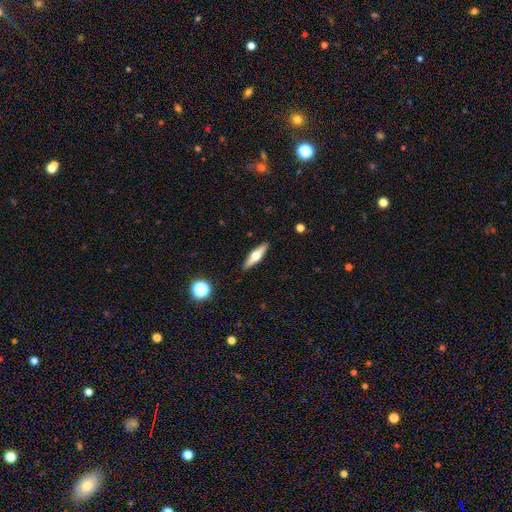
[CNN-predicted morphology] smooth_or_featured: featured or disk (p=0.50) [alt: smooth p=0.43]
disk_edge_on: yes (p=0.90) [alt: no p=0.10]
merging: none (p=0.90) [alt: minor disturbance p=0.07]